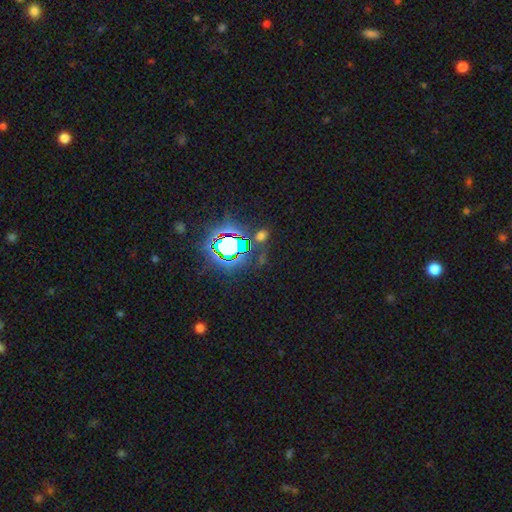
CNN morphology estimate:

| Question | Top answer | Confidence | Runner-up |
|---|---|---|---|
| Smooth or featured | star or artifact | 79% | smooth (12%) |